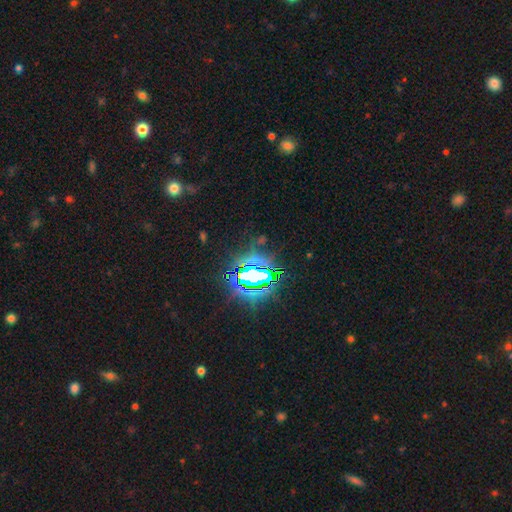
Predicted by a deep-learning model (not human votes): Smooth or featured? star or artifact (83%)